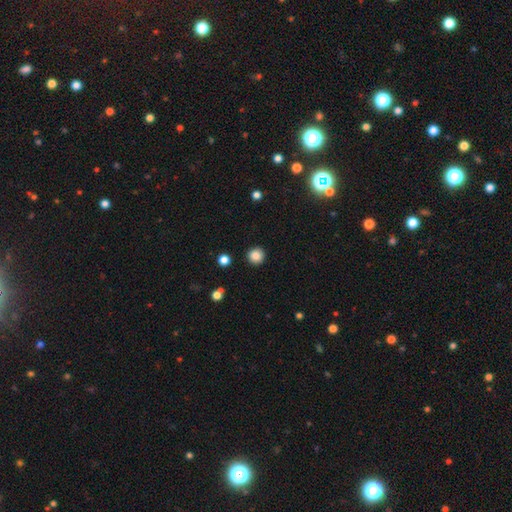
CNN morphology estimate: type=smooth (85%); roundness=round (94%); merging=none (92%).